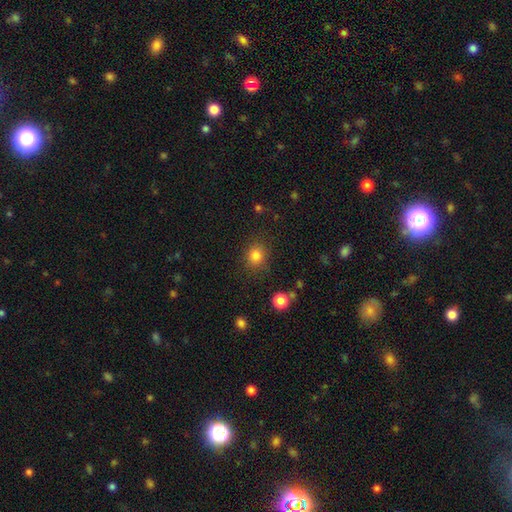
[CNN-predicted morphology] A smooth galaxy with no disk features (83%) that is round (77%). Merging: none (82%).